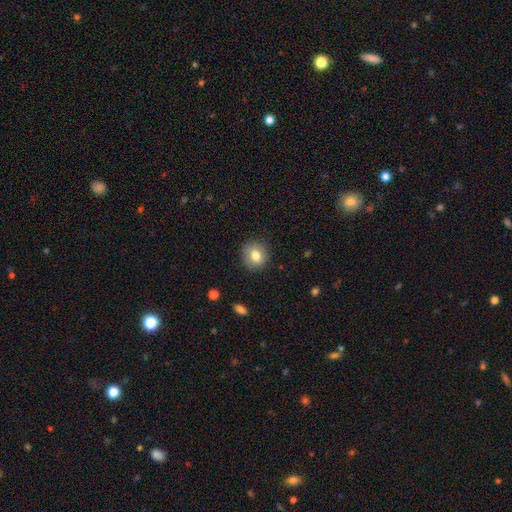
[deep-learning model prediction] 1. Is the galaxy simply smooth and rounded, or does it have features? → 78% smooth, 13% featured or disk, 9% star or artifact.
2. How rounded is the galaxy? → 83% round, 16% in between, 1% cigar-shaped.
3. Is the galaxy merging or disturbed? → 86% none, 11% minor disturbance, 3% major disturbance, 1% merger.